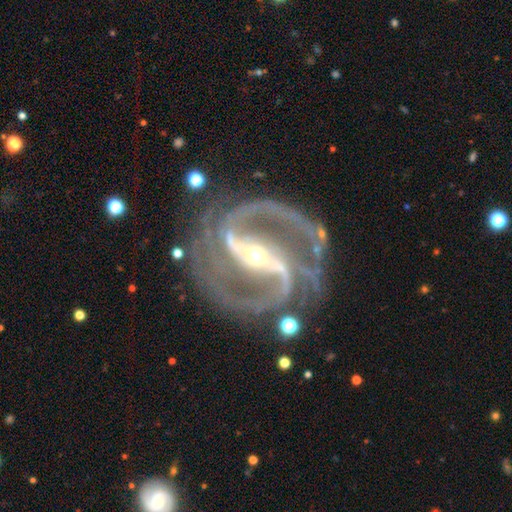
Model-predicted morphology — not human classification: featured or disk 94%, star or artifact 4%, smooth 2%. Down the decision tree: edge-on disk — no (97%); bar — strong (79%); spiral arms — yes (99%); spiral arm count — 2 (82%); spiral winding — medium (60%); bulge size — small (57%); merging — none (74%).